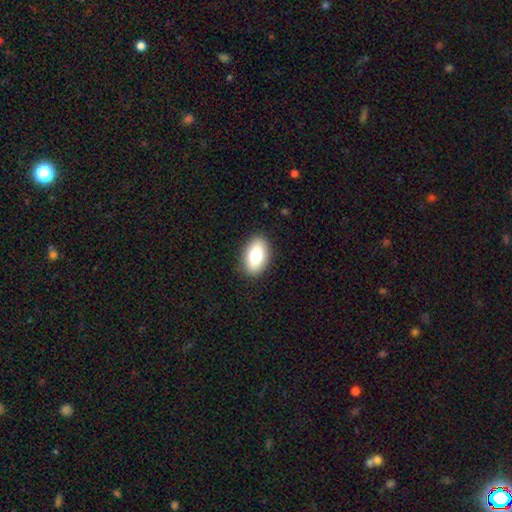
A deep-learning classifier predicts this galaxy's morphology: This is likely a smooth galaxy (78%). How rounded: clearly in between (92%). Merging: clearly none (89%).